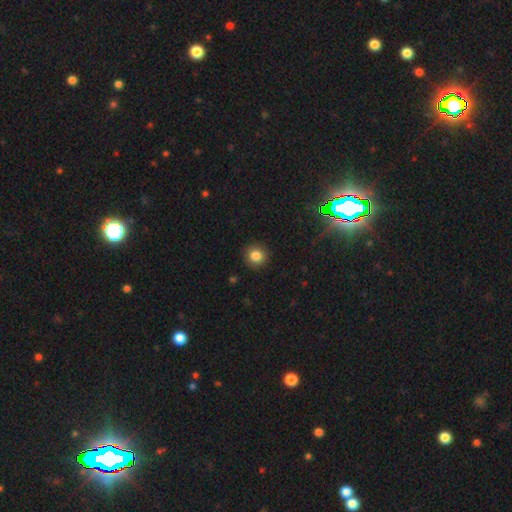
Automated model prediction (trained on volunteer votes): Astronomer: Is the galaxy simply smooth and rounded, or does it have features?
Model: smooth — 84%.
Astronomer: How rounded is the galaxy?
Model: round — 92%.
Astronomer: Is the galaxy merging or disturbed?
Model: none — 91%.